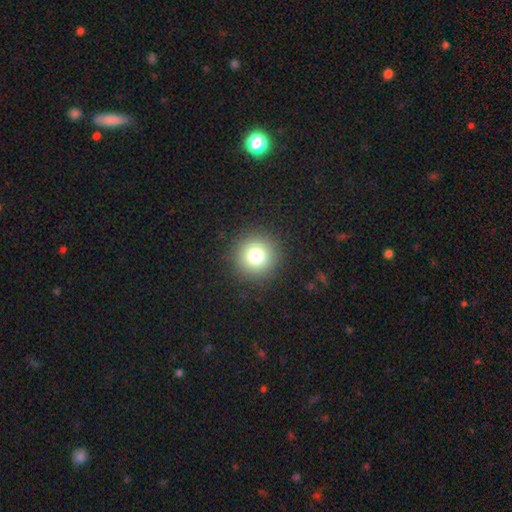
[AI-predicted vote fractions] This is likely a smooth galaxy (79%). How rounded: clearly round (95%). Merging: clearly none (91%).